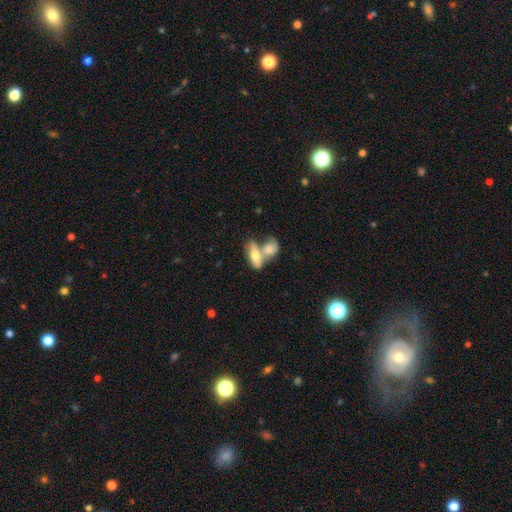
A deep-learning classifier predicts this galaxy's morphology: Q: Smooth or featured?
A: smooth (64%); runner-up: featured or disk (29%)
Q: How rounded?
A: in between (78%); runner-up: cigar-shaped (15%)
Q: Merging?
A: merger (59%); runner-up: none (27%)